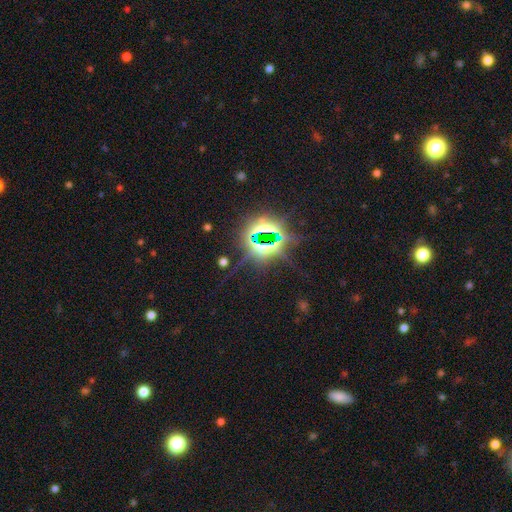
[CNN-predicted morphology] Smooth or featured? Predicted: star or artifact (p=0.80).